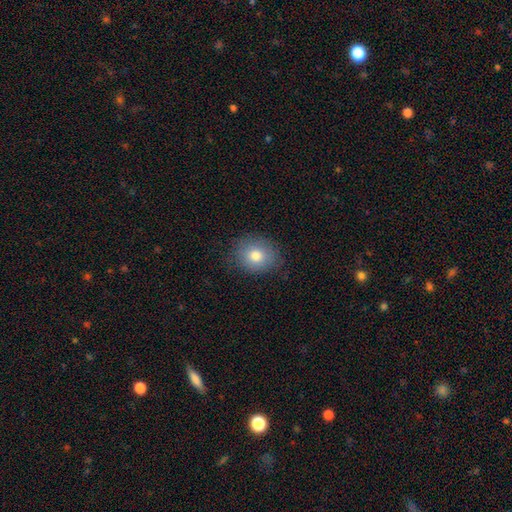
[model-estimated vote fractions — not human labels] Q: Smooth or featured?
A: smooth (78%); runner-up: star or artifact (11%)
Q: How rounded?
A: round (62%); runner-up: in between (37%)
Q: Merging?
A: none (84%); runner-up: minor disturbance (12%)